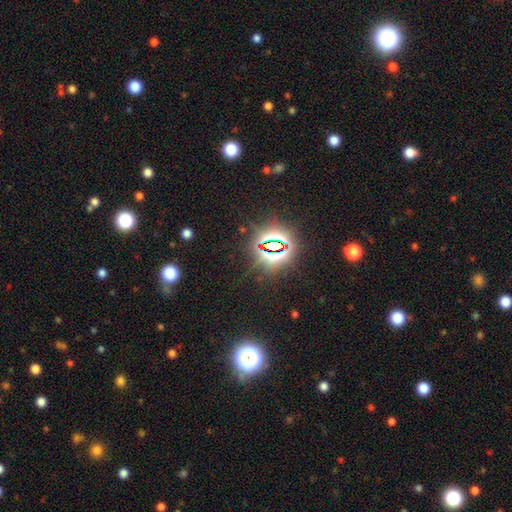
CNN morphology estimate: type=star or artifact (83%).